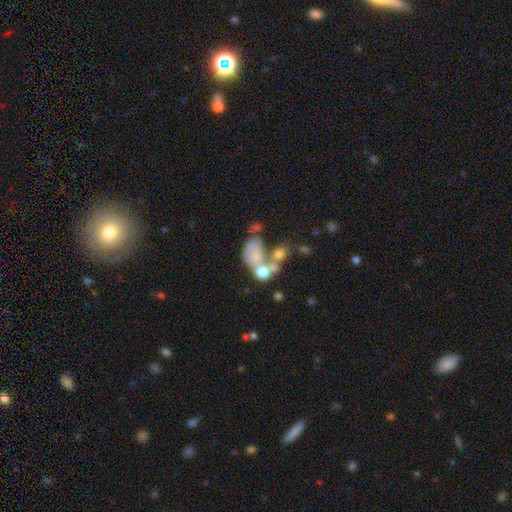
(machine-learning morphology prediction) Smooth or featured: smooth — 60% (featured or disk — 25%)
How rounded: in between — 78% (round — 20%)
Merging: merger — 44% (none — 24%)